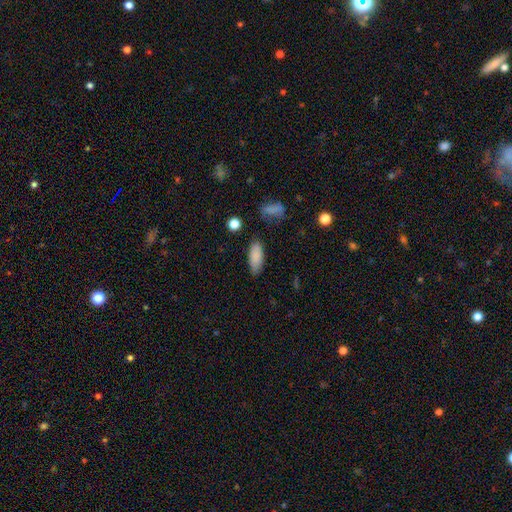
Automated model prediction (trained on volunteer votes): Smooth or featured? Predicted: smooth (p=0.85). How rounded? Predicted: in between (p=0.77). Merging? Predicted: none (p=0.79).